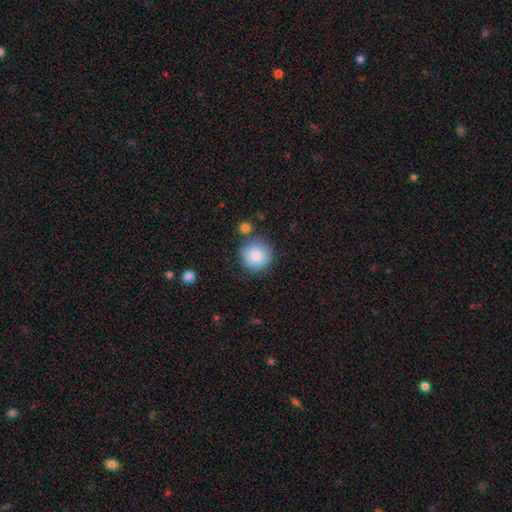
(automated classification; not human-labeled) smooth 85%, star or artifact 8%, featured or disk 7%. Down the decision tree: how rounded — round (94%); merging — none (76%).